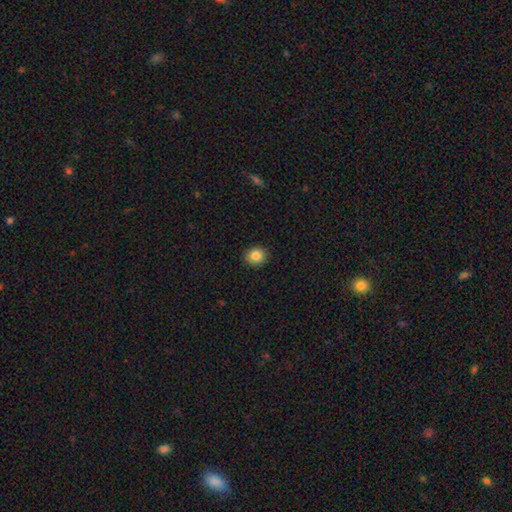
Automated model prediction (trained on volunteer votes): Smooth or featured?
  - smooth: 84% *
  - star or artifact: 10%
  - featured or disk: 6%
How rounded?
  - round: 76% *
  - in between: 23%
  - cigar-shaped: 1%
Merging?
  - none: 91% *
  - minor disturbance: 6%
  - major disturbance: 2%
  - merger: 1%